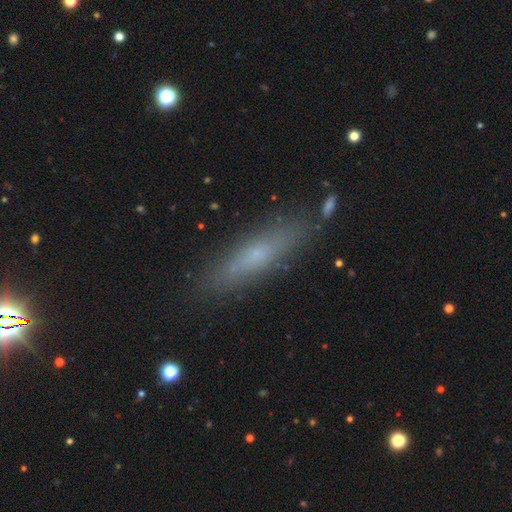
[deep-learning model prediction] smooth 51%, featured or disk 38%, star or artifact 11%. Down the decision tree: how rounded — cigar-shaped (78%); merging — none (85%).